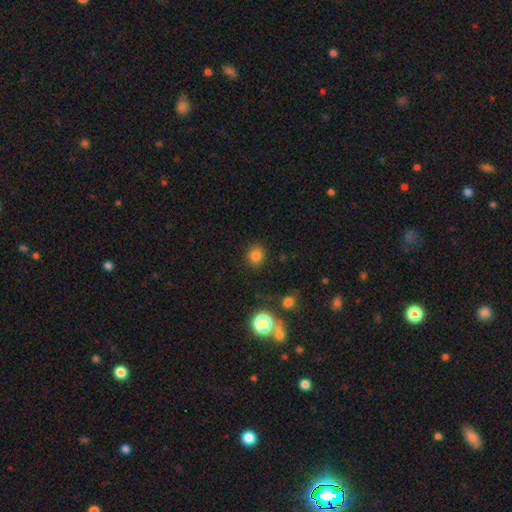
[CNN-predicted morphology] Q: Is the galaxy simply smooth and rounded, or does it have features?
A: smooth — 80%.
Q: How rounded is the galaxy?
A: round — 80%.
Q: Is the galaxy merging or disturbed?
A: none — 88%.